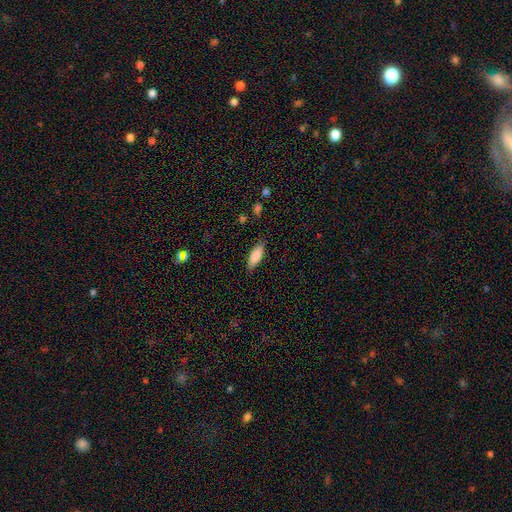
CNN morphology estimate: Smooth or featured? smooth (85%)
How rounded? in between (71%)
Merging? none (85%)